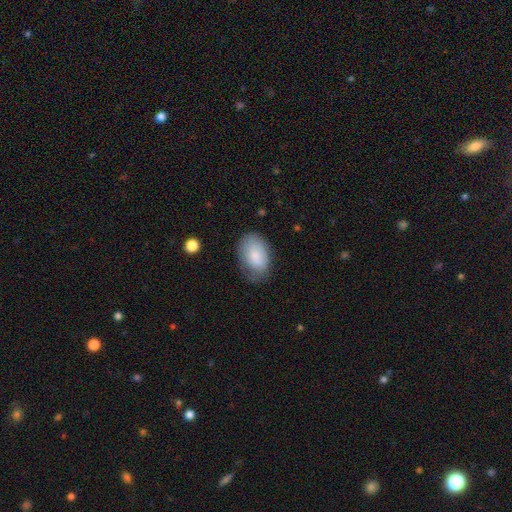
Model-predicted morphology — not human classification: A smooth galaxy with no disk features (81%) that is in between round and cigar-shaped (87%). Merging: none (65%).